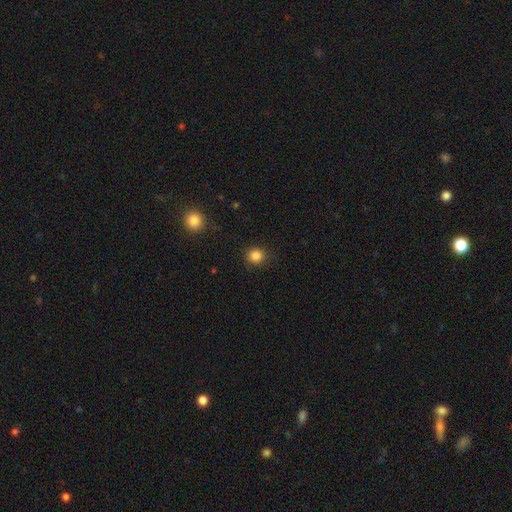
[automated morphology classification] Overall: smooth (85%). How rounded: round (87%). Merging: none (88%).